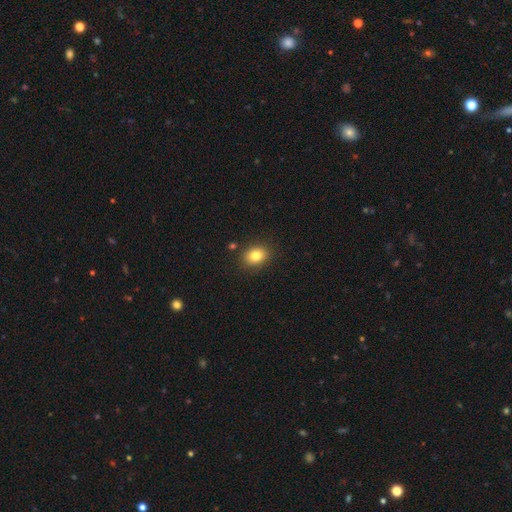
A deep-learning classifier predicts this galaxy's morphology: Smooth or featured? Predicted: smooth (p=0.82). How rounded? Predicted: in between (p=0.55). Merging? Predicted: none (p=0.85).